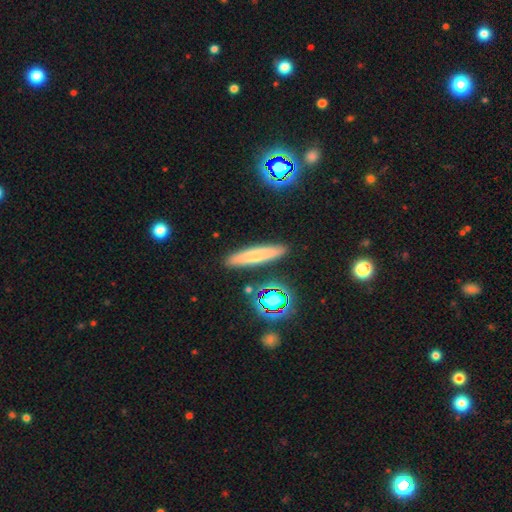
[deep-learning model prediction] smooth-or-featured: smooth: 64% | featured or disk: 24% | star or artifact: 11%
  how-rounded: cigar-shaped: 87% | in between: 11% | round: 2%
  merging: none: 88% | minor disturbance: 7% | merger: 2% | major disturbance: 2%